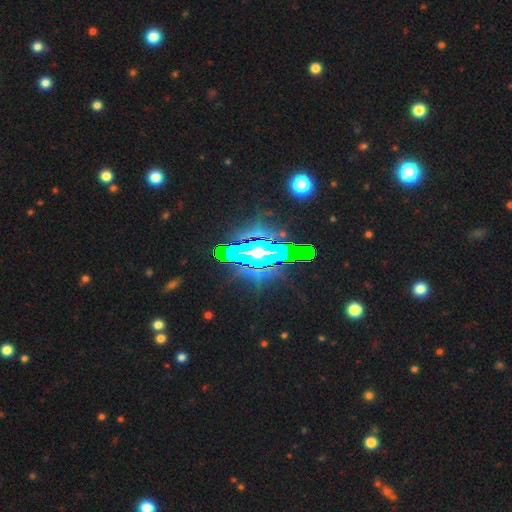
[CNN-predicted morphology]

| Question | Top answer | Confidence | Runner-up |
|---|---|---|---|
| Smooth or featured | star or artifact | 66% | featured or disk (19%) |